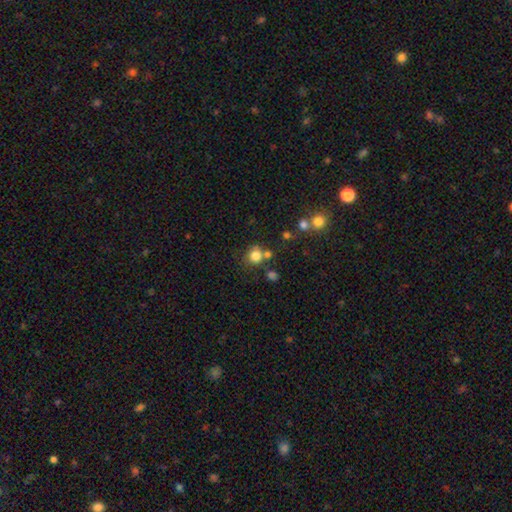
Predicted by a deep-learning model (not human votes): Smooth or featured? smooth (80%)
How rounded? round (85%)
Merging? none (64%)